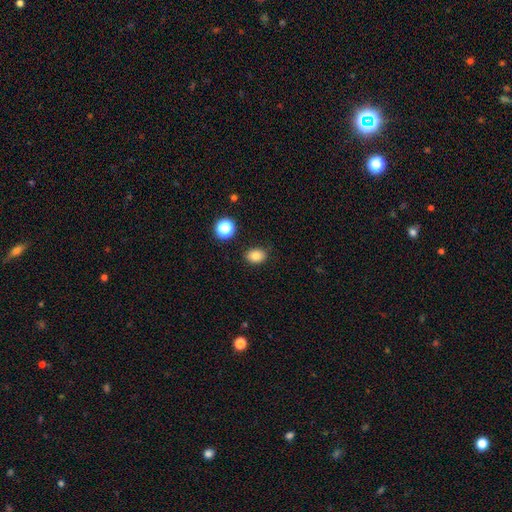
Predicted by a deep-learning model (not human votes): This appears to be a smooth galaxy with no disk features (82%) that is in between round and cigar-shaped (64%). Merging: none (84%).